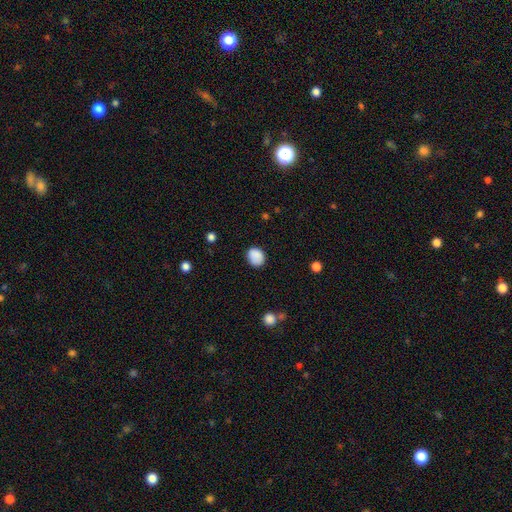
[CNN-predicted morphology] smooth 88%, star or artifact 9%, featured or disk 4%. Down the decision tree: how rounded — round (60%); merging — none (81%).